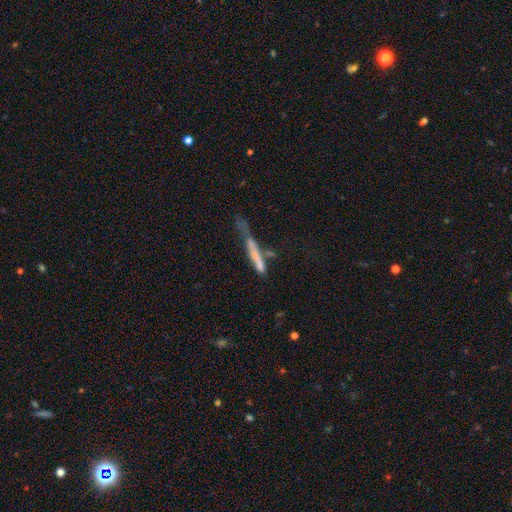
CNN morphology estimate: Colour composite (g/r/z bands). It shows a smooth galaxy with no disk features (53%) that is cigar-shaped (91%). Merging: none (31%).